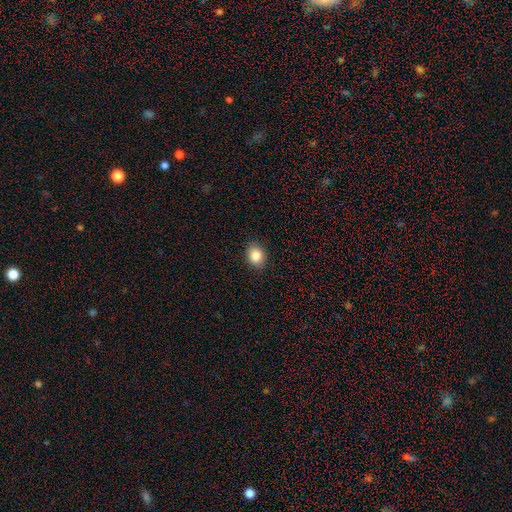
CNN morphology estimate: smooth-or-featured: smooth: 87% | star or artifact: 9% | featured or disk: 5%
  how-rounded: in between: 59% | round: 40% | cigar-shaped: 1%
  merging: none: 88% | minor disturbance: 9% | major disturbance: 2% | merger: 1%